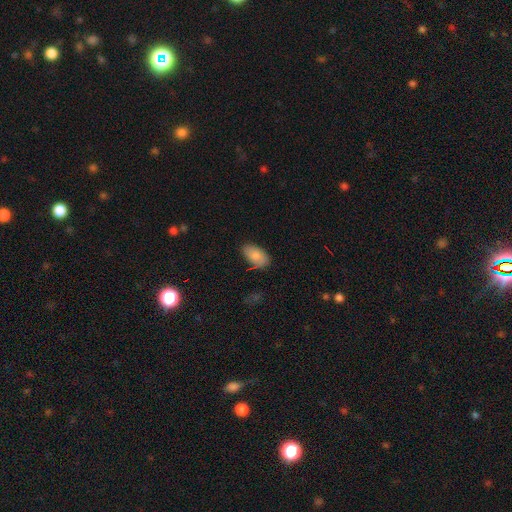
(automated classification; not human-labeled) Smooth or featured?
  - smooth: 81% *
  - featured or disk: 13%
  - star or artifact: 7%
How rounded?
  - in between: 94% *
  - round: 4%
  - cigar-shaped: 2%
Merging?
  - none: 75% *
  - minor disturbance: 19%
  - major disturbance: 4%
  - merger: 2%